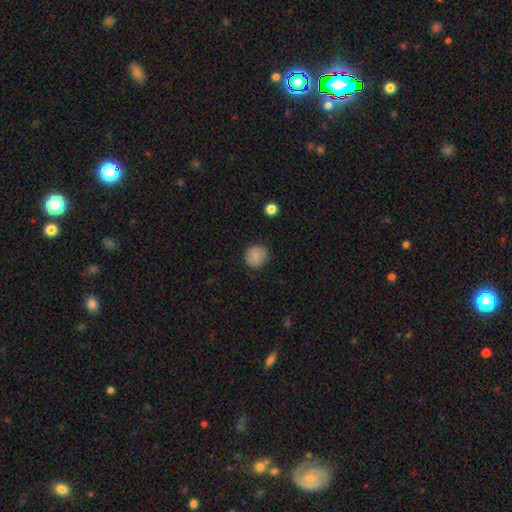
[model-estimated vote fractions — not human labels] This appears to be a smooth galaxy with no disk features (86%) that is round (89%). Merging: none (88%).